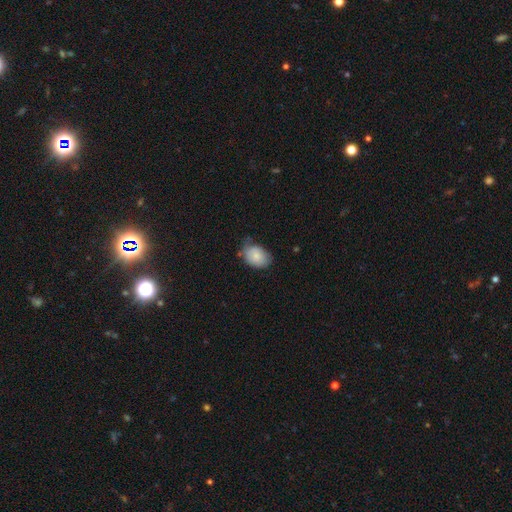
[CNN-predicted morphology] A smooth galaxy with no disk features (81%) that is in between round and cigar-shaped (78%).

Vote fractions:
- Smooth or featured? smooth: 81% / featured or disk: 12% / star or artifact: 7%
- How rounded? in between: 78% / round: 21% / cigar-shaped: 1%
- Merging? none: 55% / minor disturbance: 35% / major disturbance: 7% / merger: 2%